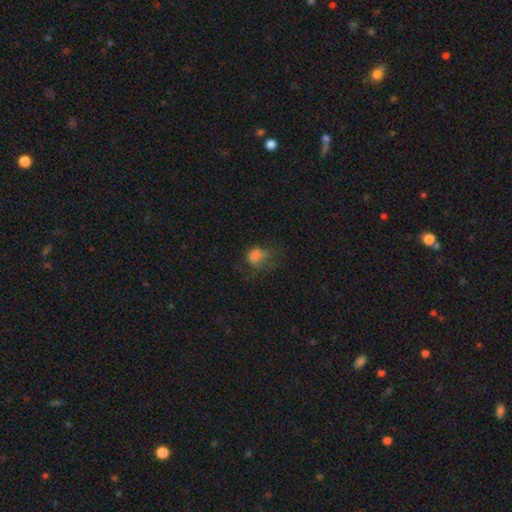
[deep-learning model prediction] Morphology: type=smooth (69%); roundness=in between (56%); merging=major disturbance (39%).